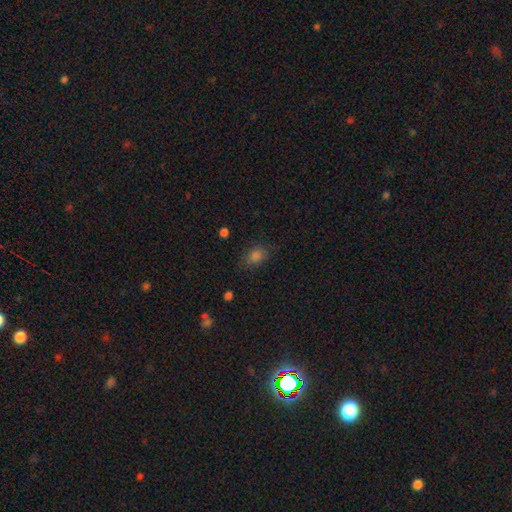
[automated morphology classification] smooth 77%, star or artifact 17%, featured or disk 6%. Down the decision tree: how rounded — in between (66%); merging — none (80%).